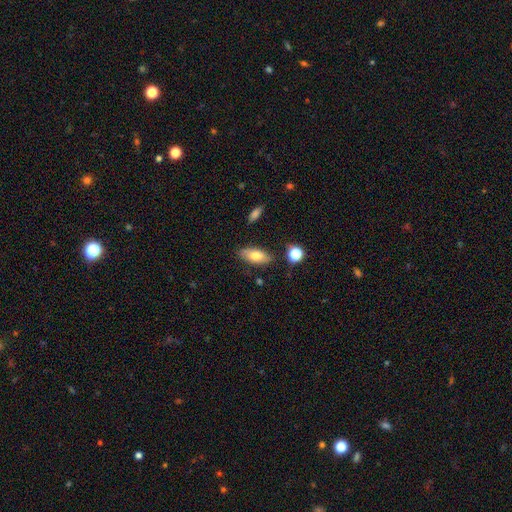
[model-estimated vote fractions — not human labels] A smooth galaxy with no disk features (75%) that is in between round and cigar-shaped (85%). Merging: none (81%).